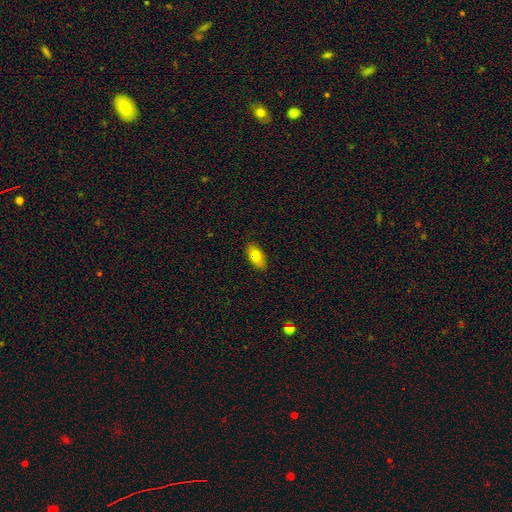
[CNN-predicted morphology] A smooth galaxy with no disk features (78%) that is in between round and cigar-shaped (92%).

Vote fractions:
- Smooth or featured? smooth: 78% / featured or disk: 15% / star or artifact: 7%
- How rounded? in between: 92% / cigar-shaped: 5% / round: 4%
- Merging? none: 88% / minor disturbance: 9% / major disturbance: 2% / merger: 1%